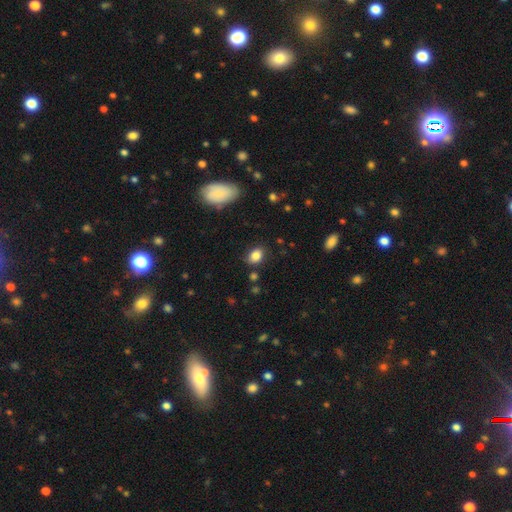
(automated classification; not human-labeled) This is clearly a smooth galaxy (84%). How rounded: likely in between (66%). Merging: clearly none (80%).